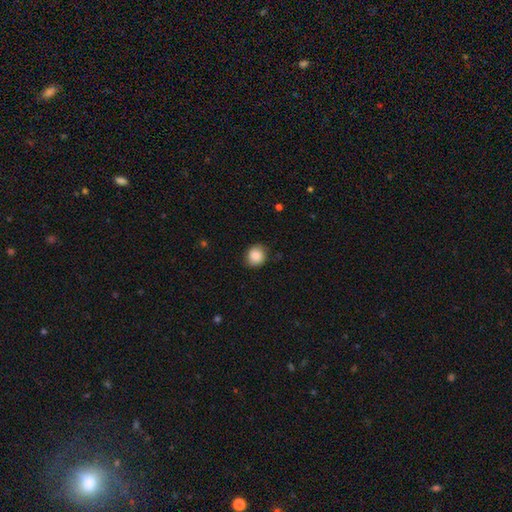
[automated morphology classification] smooth-or-featured: smooth: 86% | star or artifact: 8% | featured or disk: 5%
  how-rounded: round: 82% | in between: 17% | cigar-shaped: 1%
  merging: none: 85% | minor disturbance: 12% | major disturbance: 2% | merger: 1%